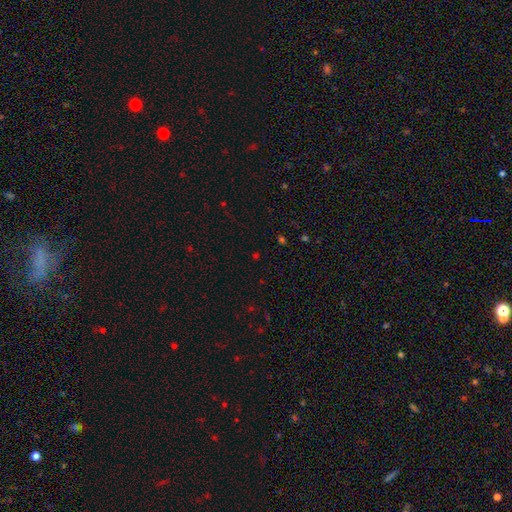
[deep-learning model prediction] The model was most divided on "smooth or featured": star or artifact: 59%, smooth: 34%, featured or disk: 7%.